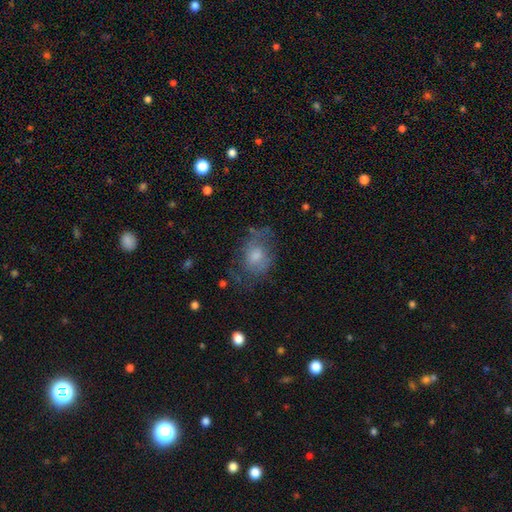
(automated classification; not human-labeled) The model was most divided on "smooth or featured": smooth: 49%, featured or disk: 38%, star or artifact: 13%. More confident: merging — none (57%).